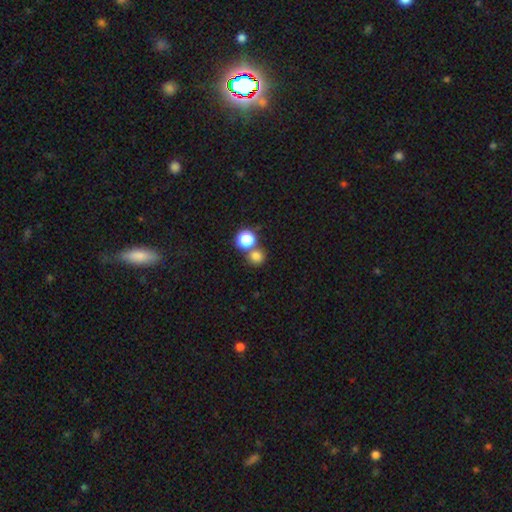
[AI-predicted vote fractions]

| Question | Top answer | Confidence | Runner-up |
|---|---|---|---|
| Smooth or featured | smooth | 79% | star or artifact (14%) |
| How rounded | round | 88% | in between (11%) |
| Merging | none | 55% | merger (35%) |